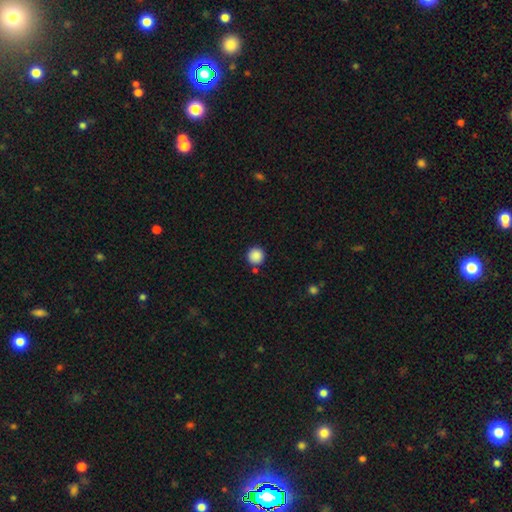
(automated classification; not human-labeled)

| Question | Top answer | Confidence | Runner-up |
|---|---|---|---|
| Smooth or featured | smooth | 88% | star or artifact (9%) |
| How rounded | round | 96% | in between (3%) |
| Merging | none | 86% | minor disturbance (7%) |